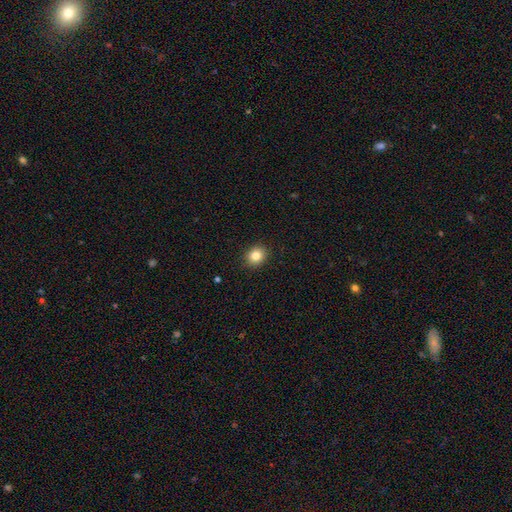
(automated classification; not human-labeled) smooth_or_featured: smooth (p=0.83) [alt: star or artifact p=0.10]
how_rounded: round (p=0.72) [alt: in between p=0.28]
merging: none (p=0.90) [alt: minor disturbance p=0.07]